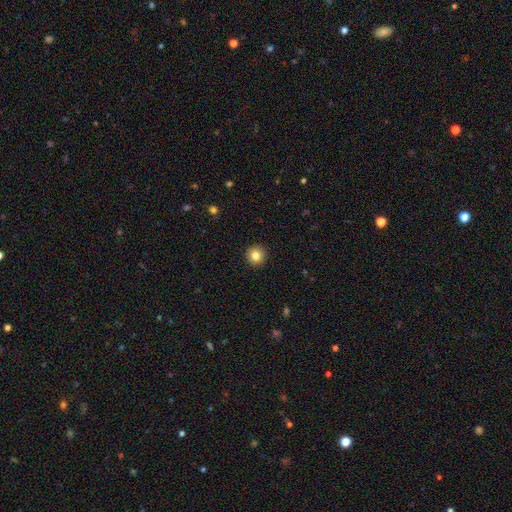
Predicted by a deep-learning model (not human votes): smooth 83%, star or artifact 11%, featured or disk 6%. Down the decision tree: how rounded — round (94%); merging — none (93%).